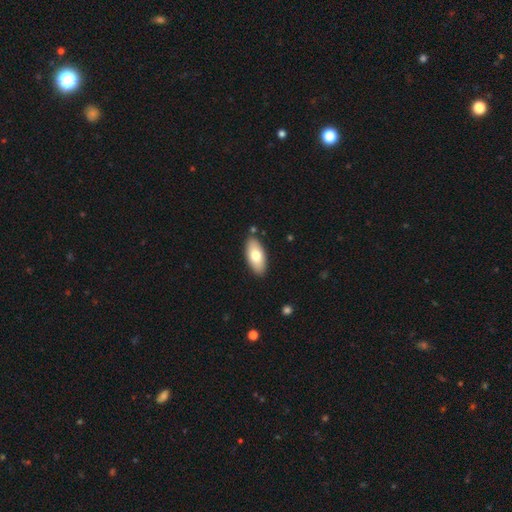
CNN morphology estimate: The model was most divided on "smooth or featured": smooth: 73%, featured or disk: 21%, star or artifact: 6%. More confident: how rounded — in between (89%); merging — none (86%).